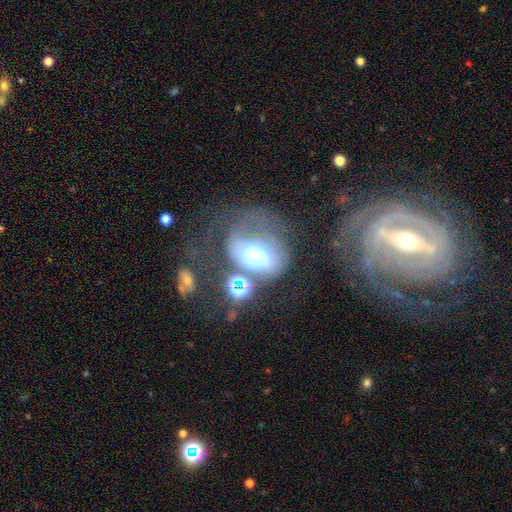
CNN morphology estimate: A smooth galaxy with no disk features (45%). Merging: major disturbance (48%).